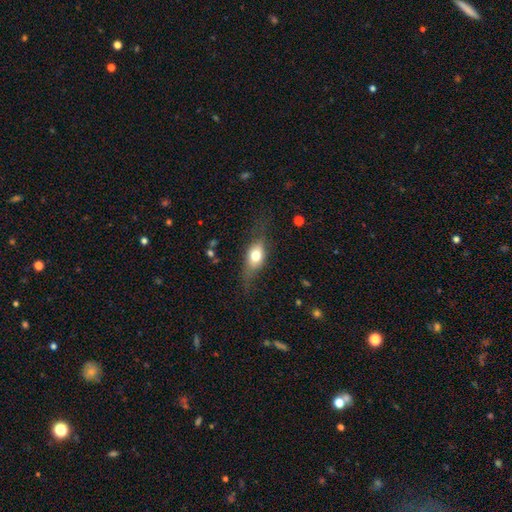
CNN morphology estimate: The model was most divided on "smooth or featured": smooth: 61%, featured or disk: 31%, star or artifact: 8%. More confident: how rounded — in between (74%); merging — none (63%).